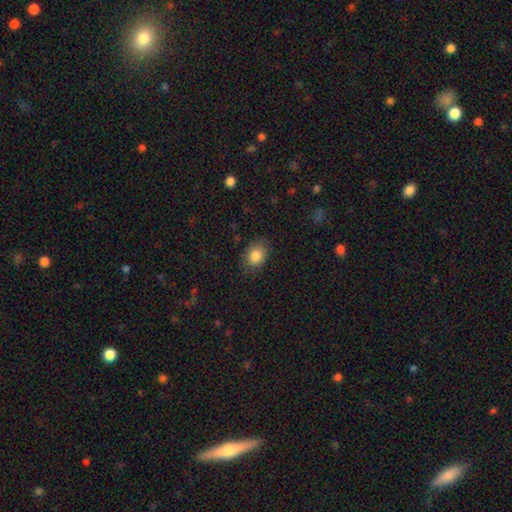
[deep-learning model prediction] smooth 85%, star or artifact 9%, featured or disk 6%. Down the decision tree: how rounded — in between (60%); merging — none (80%).